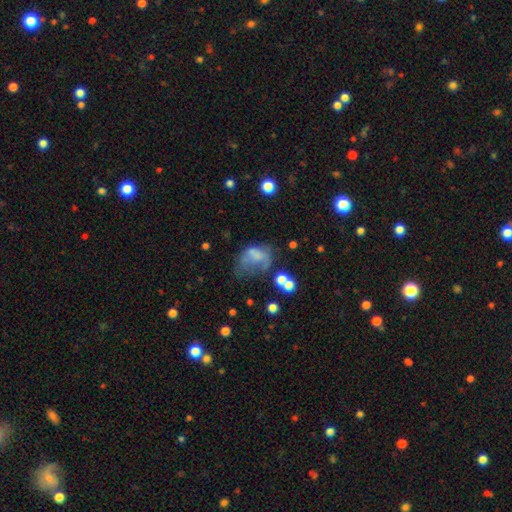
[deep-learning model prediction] The model was most divided on "merging": major disturbance: 45%, minor disturbance: 22%, none: 21%, merger: 12%. More confident: how rounded — in between (74%); smooth or featured — smooth (55%).